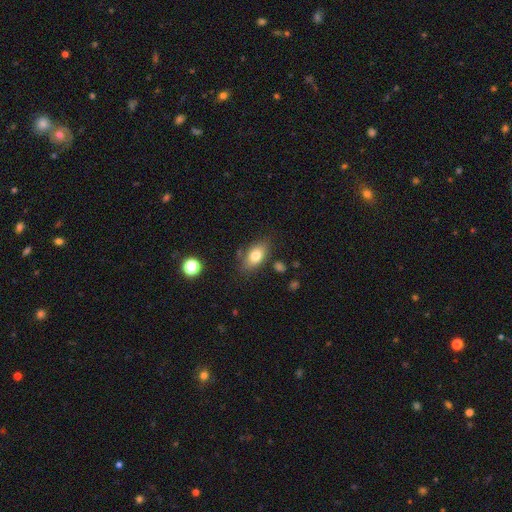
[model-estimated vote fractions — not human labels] A smooth galaxy with no disk features (78%) that is in between round and cigar-shaped (89%).

Vote fractions:
- Smooth or featured? smooth: 78% / featured or disk: 14% / star or artifact: 9%
- How rounded? in between: 89% / round: 8% / cigar-shaped: 3%
- Merging? none: 75% / minor disturbance: 16% / merger: 5% / major disturbance: 4%